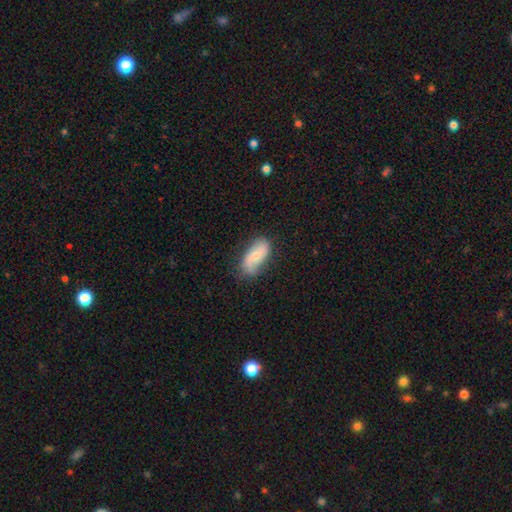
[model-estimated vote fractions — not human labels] Smooth or featured?
  - smooth: 48% *
  - featured or disk: 46%
  - star or artifact: 7%
Merging?
  - none: 71% *
  - minor disturbance: 22%
  - major disturbance: 5%
  - merger: 2%